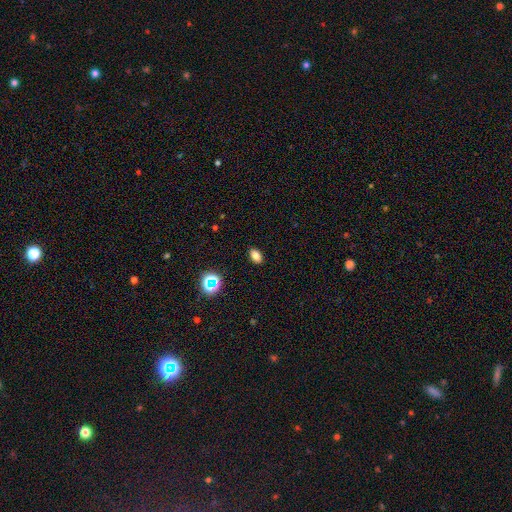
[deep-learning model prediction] A smooth galaxy with no disk features (79%) that is in between round and cigar-shaped (87%).

Vote fractions:
- Smooth or featured? smooth: 79% / star or artifact: 14% / featured or disk: 7%
- How rounded? in between: 87% / round: 11% / cigar-shaped: 2%
- Merging? none: 89% / minor disturbance: 8% / major disturbance: 2% / merger: 1%